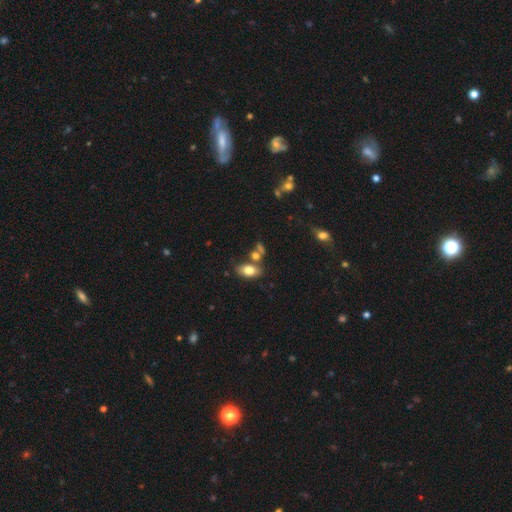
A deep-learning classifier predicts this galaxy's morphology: Overall: smooth (77%). How rounded: in between (85%). Merging: none (60%; merger 23%).